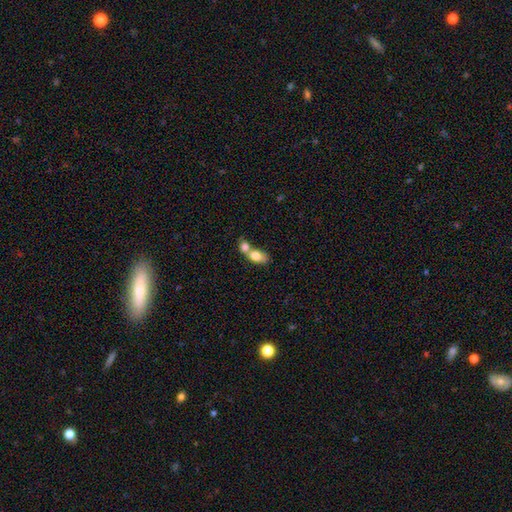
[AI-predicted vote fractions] smooth-or-featured: smooth: 76% | featured or disk: 17% | star or artifact: 7%
  how-rounded: in between: 80% | round: 16% | cigar-shaped: 4%
  merging: merger: 71% | none: 19% | minor disturbance: 6% | major disturbance: 4%